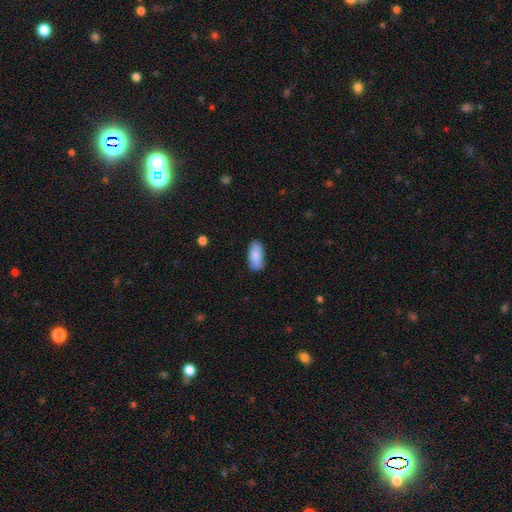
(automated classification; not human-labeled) Morphology: type=smooth (88%); roundness=in between (90%); merging=none (84%).